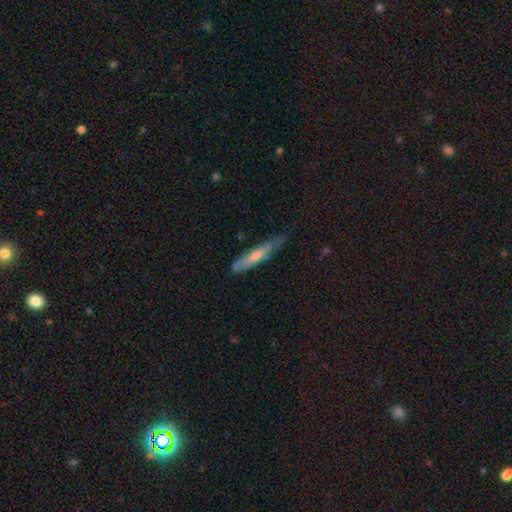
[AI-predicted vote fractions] A smooth galaxy with no disk features (53%) that is cigar-shaped (88%). Merging: none (65%).